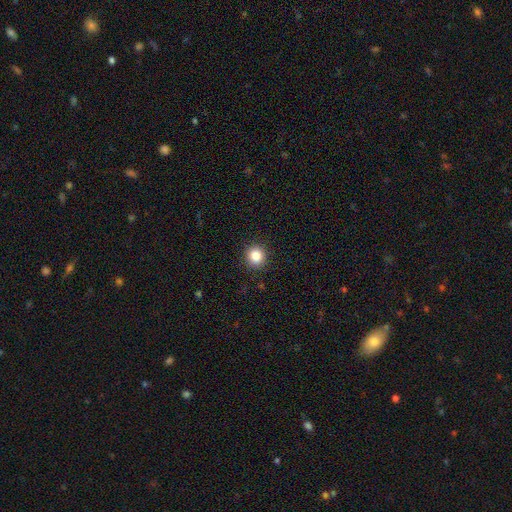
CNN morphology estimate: smooth_or_featured: smooth (p=0.85) [alt: star or artifact p=0.11]
how_rounded: round (p=0.89) [alt: in between p=0.10]
merging: none (p=0.91) [alt: minor disturbance p=0.06]